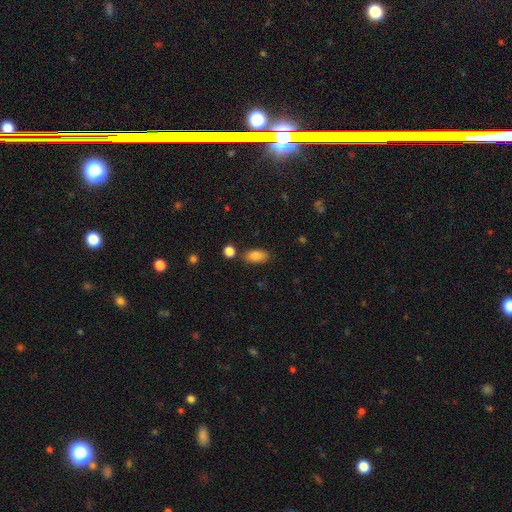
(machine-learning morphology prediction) Smooth or featured: smooth — 84% (star or artifact — 8%)
How rounded: in between — 89% (cigar-shaped — 7%)
Merging: none — 79% (minor disturbance — 12%)